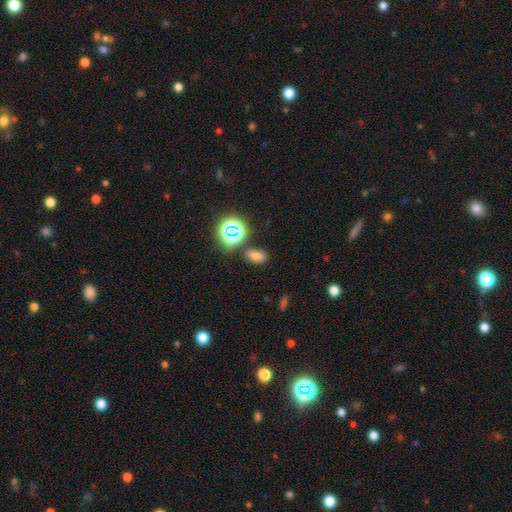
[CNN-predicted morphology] The model was most divided on "smooth or featured": smooth: 70%, star or artifact: 23%, featured or disk: 7%. More confident: how rounded — in between (83%); merging — none (79%).